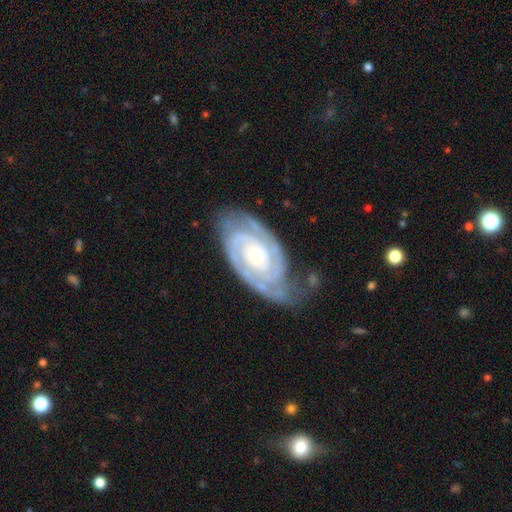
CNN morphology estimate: Overall: featured or disk (92%). Edge-on disk: no (97%). Bar: no (67%). Spiral arms: yes (98%). Spiral arm count: 2 (76%). Spiral winding: tight (78%). Bulge size: small (54%; moderate 41%). Merging: none (70%).